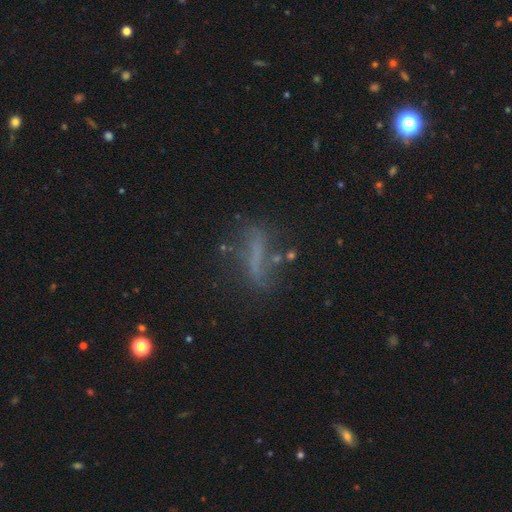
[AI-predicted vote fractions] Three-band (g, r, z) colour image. It shows a featured or disk galaxy (41%, tied with smooth). Merging: none (60%).